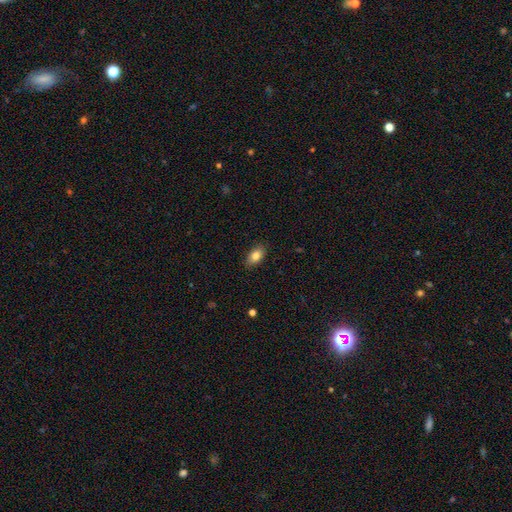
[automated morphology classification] Smooth or featured?
  - smooth: 83% *
  - featured or disk: 9%
  - star or artifact: 8%
How rounded?
  - in between: 90% *
  - round: 7%
  - cigar-shaped: 3%
Merging?
  - none: 87% *
  - minor disturbance: 10%
  - major disturbance: 2%
  - merger: 1%